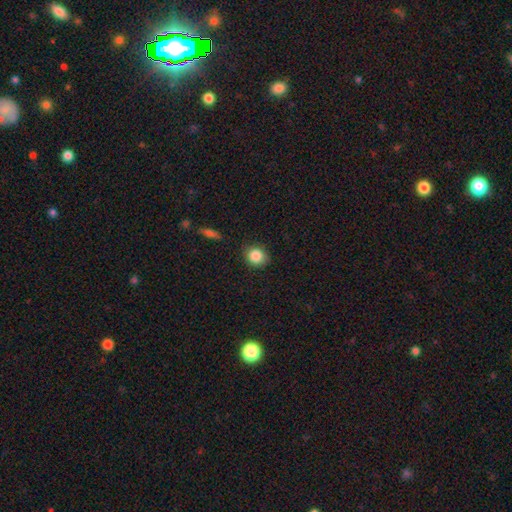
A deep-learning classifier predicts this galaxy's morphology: Smooth or featured? Predicted: smooth (p=0.86). How rounded? Predicted: round (p=0.76). Merging? Predicted: none (p=0.81).